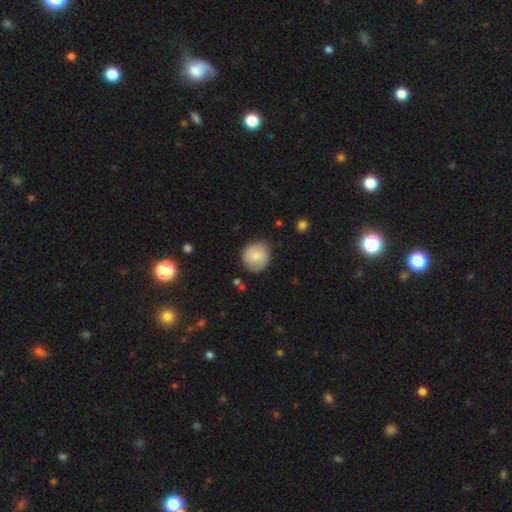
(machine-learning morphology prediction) type=smooth (73%); roundness=round (83%); merging=none (78%).